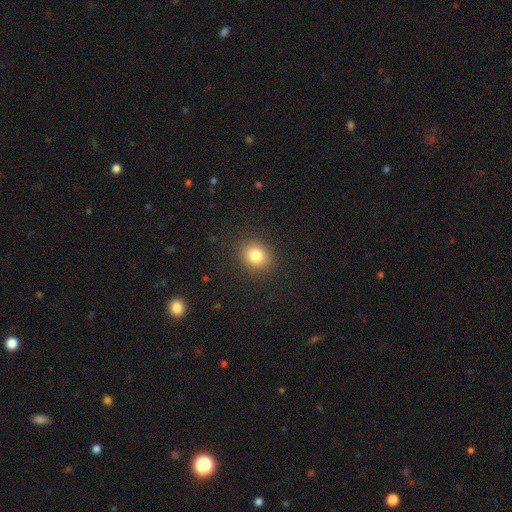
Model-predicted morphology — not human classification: Smooth or featured? smooth (82%)
How rounded? round (66%)
Merging? none (89%)